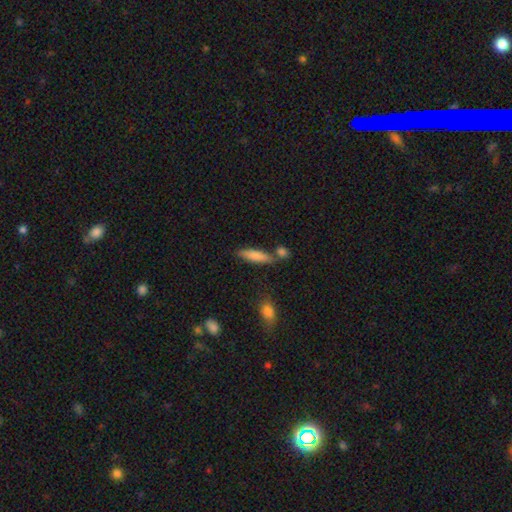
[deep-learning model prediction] Smooth or featured? Predicted: smooth (p=0.79). How rounded? Predicted: cigar-shaped (p=0.64). Merging? Predicted: none (p=0.68).